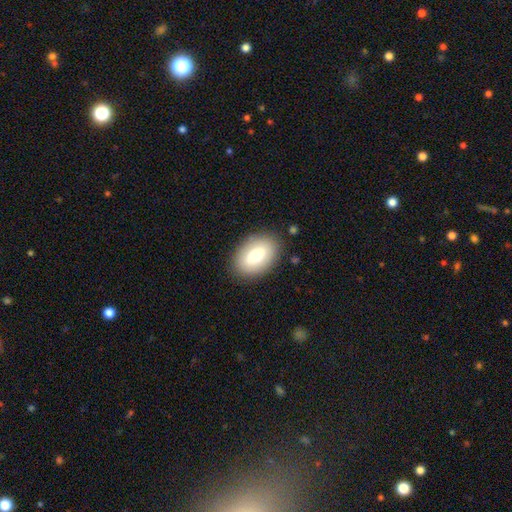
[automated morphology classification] Smooth or featured?
  - smooth: 72% *
  - featured or disk: 20%
  - star or artifact: 7%
How rounded?
  - in between: 88% *
  - round: 11%
  - cigar-shaped: 1%
Merging?
  - none: 86% *
  - minor disturbance: 10%
  - major disturbance: 3%
  - merger: 1%